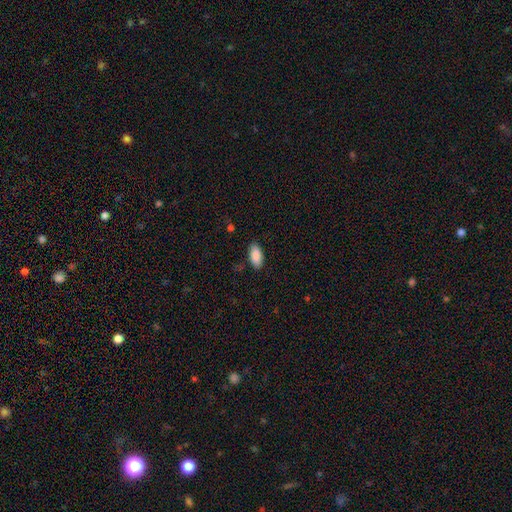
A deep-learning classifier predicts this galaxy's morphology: type=smooth (89%); roundness=in between (92%); merging=none (86%).